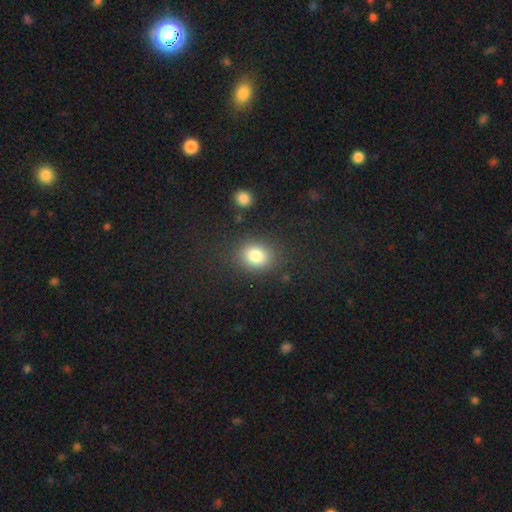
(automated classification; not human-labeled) smooth-or-featured: smooth: 83% | star or artifact: 10% | featured or disk: 7%
  how-rounded: round: 54% | in between: 45% | cigar-shaped: 1%
  merging: none: 83% | minor disturbance: 10% | major disturbance: 5% | merger: 2%